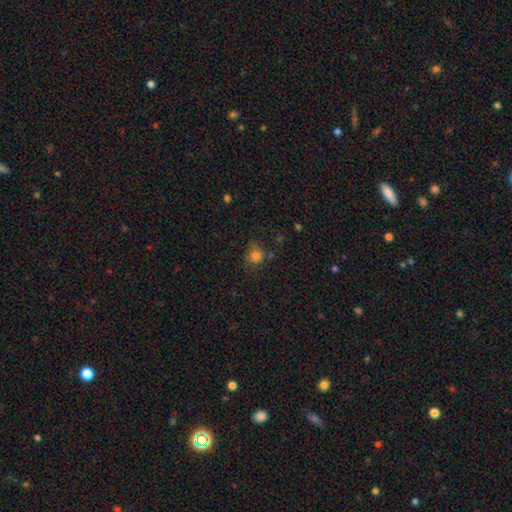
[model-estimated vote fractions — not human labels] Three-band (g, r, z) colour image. It shows a smooth galaxy with no disk features (80%) that is round (80%). Merging: none (65%).